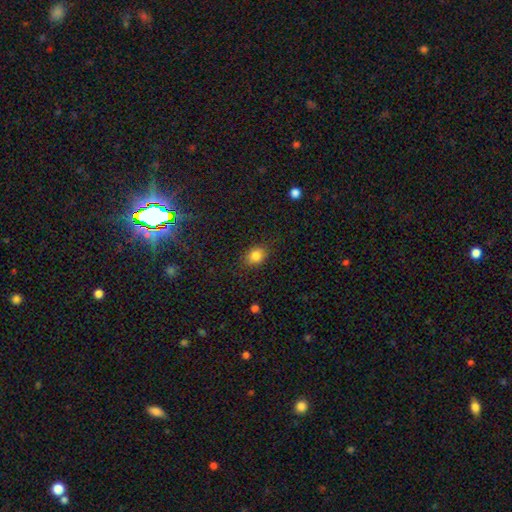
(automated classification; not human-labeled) A smooth galaxy with no disk features (84%) that is in between round and cigar-shaped (52%). Merging: none (83%).